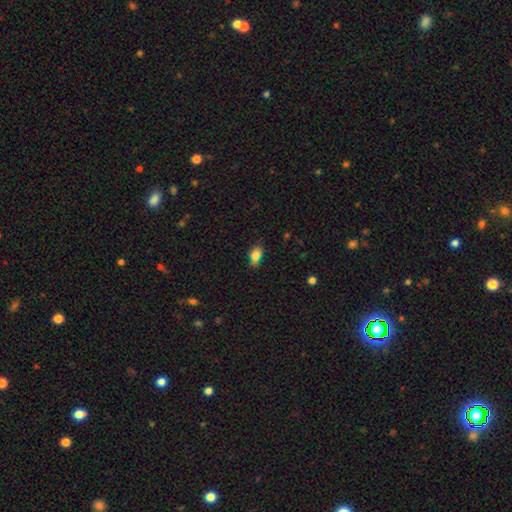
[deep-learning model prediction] Smooth or featured? smooth (81%)
How rounded? in between (80%)
Merging? none (56%)